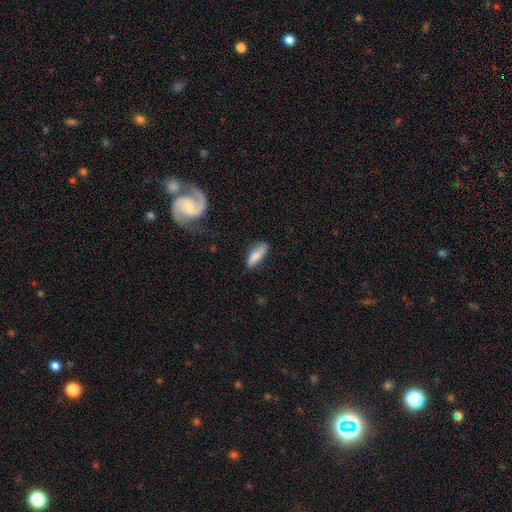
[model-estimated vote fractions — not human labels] Overall: smooth (81%). How rounded: in between (61%; cigar-shaped 37%). Merging: none (73%).